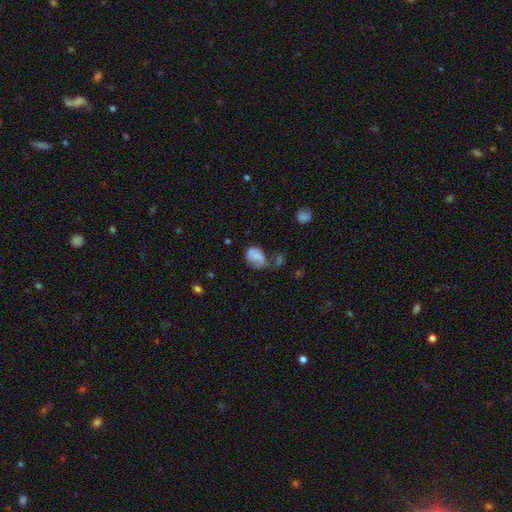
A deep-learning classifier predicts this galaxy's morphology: smooth_or_featured: smooth (p=0.69) [alt: featured or disk p=0.21]
how_rounded: in between (p=0.69) [alt: round p=0.30]
merging: none (p=0.39) [alt: minor disturbance p=0.31]